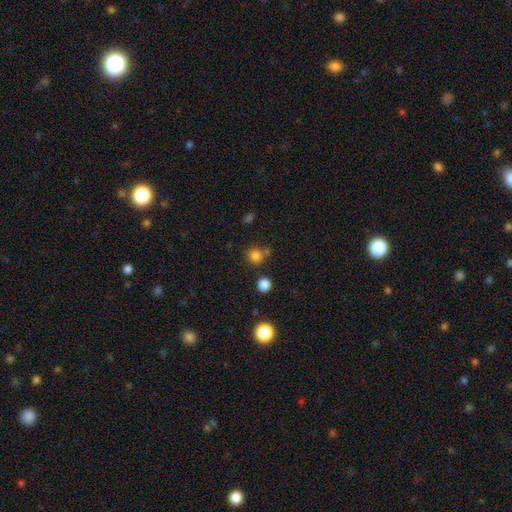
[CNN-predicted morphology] Q: Smooth or featured?
A: smooth (81%); runner-up: star or artifact (15%)
Q: How rounded?
A: round (92%); runner-up: in between (7%)
Q: Merging?
A: none (74%); runner-up: merger (14%)